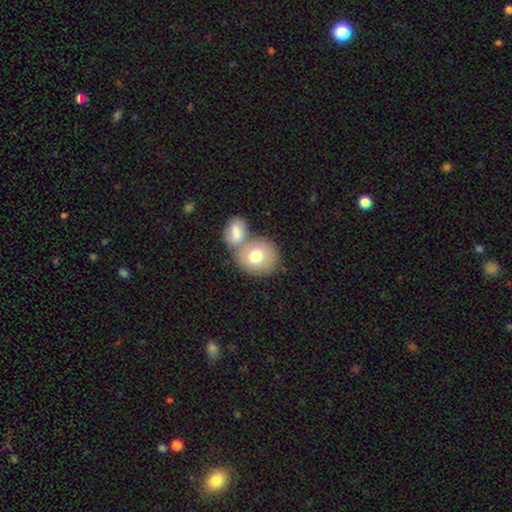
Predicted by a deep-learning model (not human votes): smooth 74%, featured or disk 19%, star or artifact 7%. Down the decision tree: how rounded — round (73%); merging — none (43%, tied with merger).